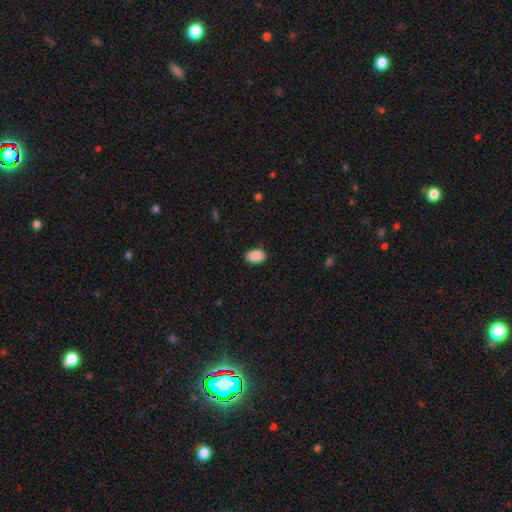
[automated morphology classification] Smooth or featured? smooth (90%)
How rounded? in between (89%)
Merging? none (88%)